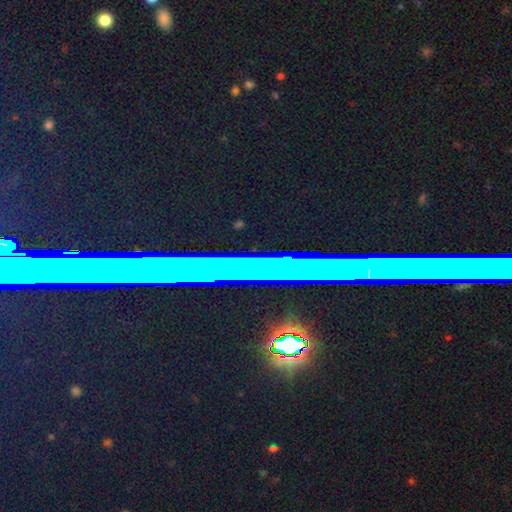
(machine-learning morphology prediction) Smooth or featured? Predicted: star or artifact (p=0.78).